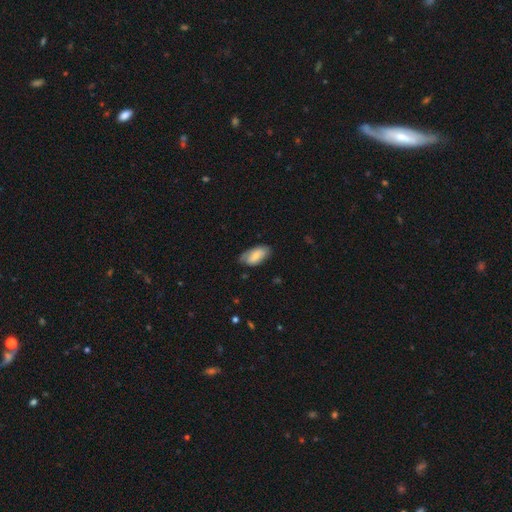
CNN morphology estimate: The model was most divided on "merging": none: 62%, minor disturbance: 30%, major disturbance: 6%, merger: 1%. More confident: how rounded — in between (93%); smooth or featured — smooth (71%).